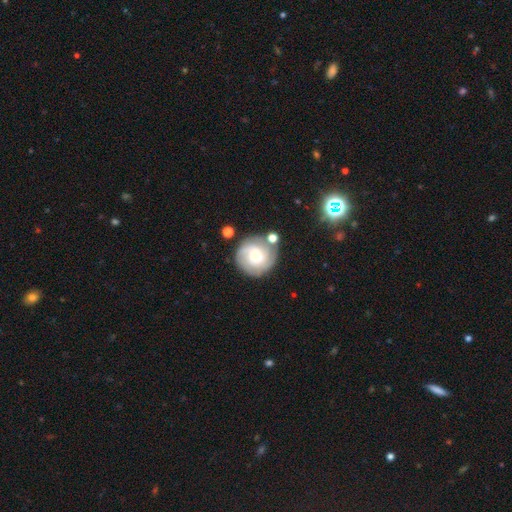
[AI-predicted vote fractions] Smooth or featured: featured or disk — 61% (smooth — 32%)
Edge-on disk: no — 97% (yes — 3%)
Bar: no — 74% (weak — 21%)
Spiral arms: yes — 87% (no — 13%)
Spiral winding: tight — 60% (medium — 30%)
Spiral arm count: can't tell — 30% (2 — 27%)
Bulge size: small — 47% (moderate — 43%)
Merging: none — 69% (minor disturbance — 15%)